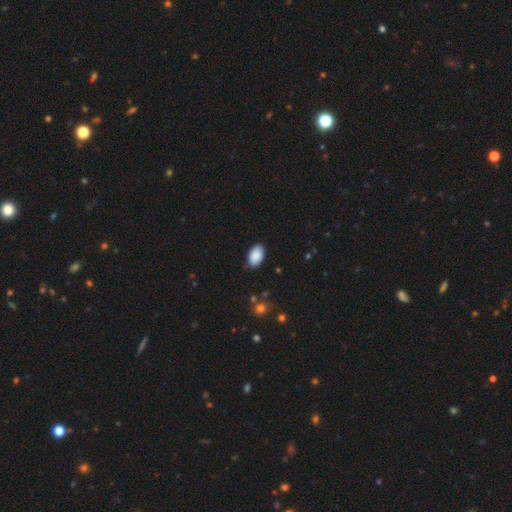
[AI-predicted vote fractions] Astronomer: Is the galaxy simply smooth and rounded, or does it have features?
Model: smooth — 90%.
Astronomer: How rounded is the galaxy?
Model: in between — 93%.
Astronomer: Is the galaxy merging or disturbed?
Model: none — 86%.